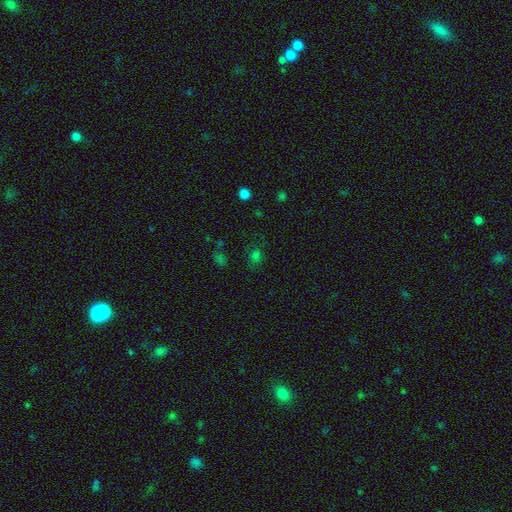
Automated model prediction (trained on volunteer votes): Smooth or featured? Predicted: smooth (p=0.68). How rounded? Predicted: round (p=0.60). Merging? Predicted: none (p=0.73).